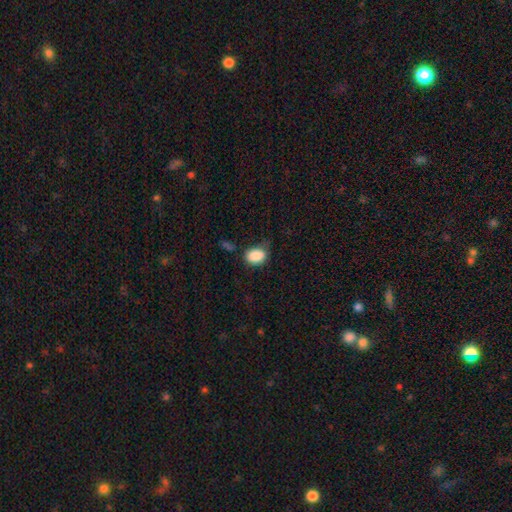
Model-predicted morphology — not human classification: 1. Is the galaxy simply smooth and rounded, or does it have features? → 88% smooth, 8% star or artifact, 4% featured or disk.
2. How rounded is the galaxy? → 75% in between, 24% round, 1% cigar-shaped.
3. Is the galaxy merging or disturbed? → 60% none, 27% minor disturbance, 8% major disturbance, 4% merger.